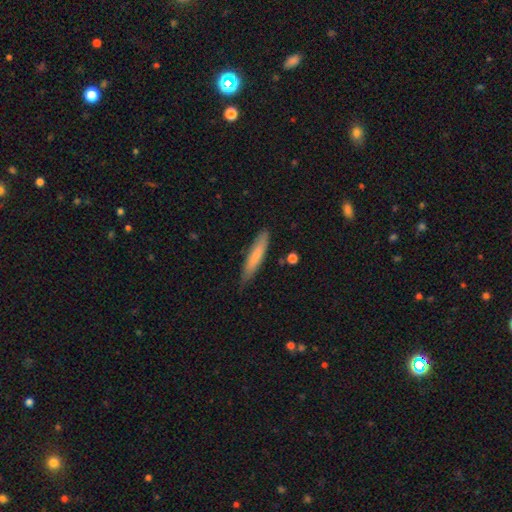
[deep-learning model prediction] Smooth or featured? smooth (75%)
How rounded? cigar-shaped (89%)
Merging? none (80%)